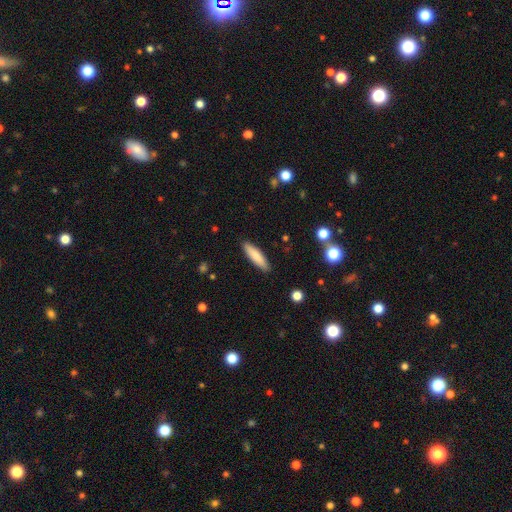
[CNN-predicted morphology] type=smooth (84%); roundness=cigar-shaped (71%); merging=none (90%).